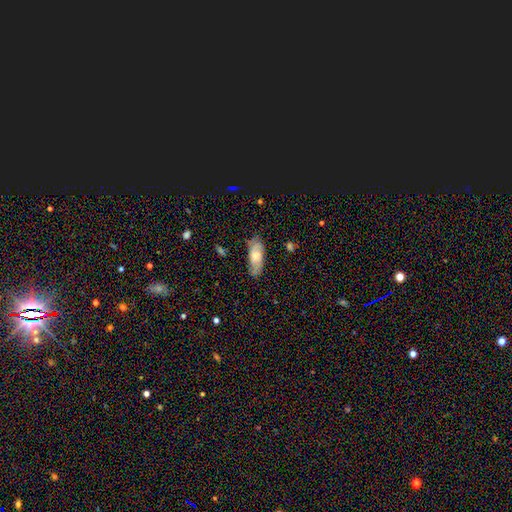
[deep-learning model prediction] Smooth or featured? Predicted: smooth (p=0.51). How rounded? Predicted: in between (p=0.78). Merging? Predicted: none (p=0.74).